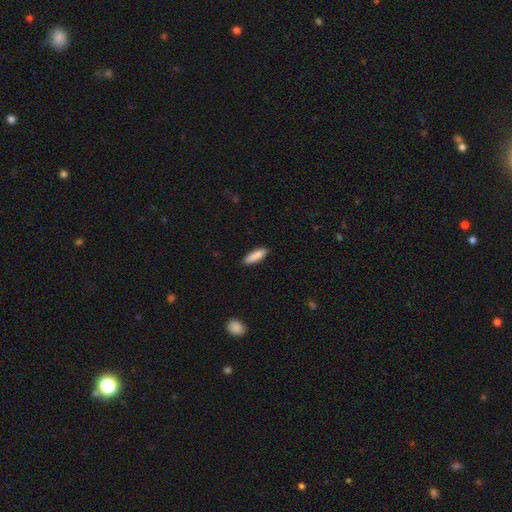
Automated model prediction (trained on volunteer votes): A smooth galaxy with no disk features (87%) that is in between round and cigar-shaped (51%).

Vote fractions:
- Smooth or featured? smooth: 87% / featured or disk: 7% / star or artifact: 6%
- How rounded? in between: 51% / cigar-shaped: 48% / round: 2%
- Merging? none: 87% / minor disturbance: 10% / major disturbance: 2% / merger: 1%